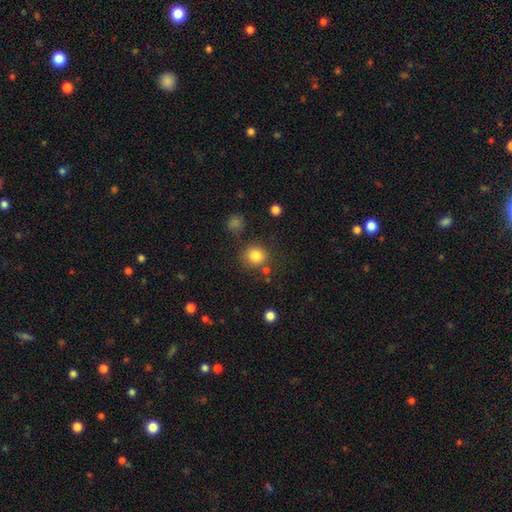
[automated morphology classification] This is clearly a smooth galaxy (82%). How rounded: clearly round (88%). Merging: likely none (76%).